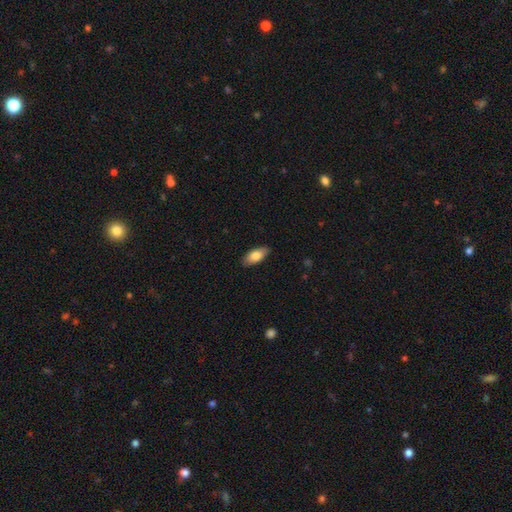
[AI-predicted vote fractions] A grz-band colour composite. It shows a smooth galaxy with no disk features (79%) that is in between round and cigar-shaped (87%). Merging: none (87%).